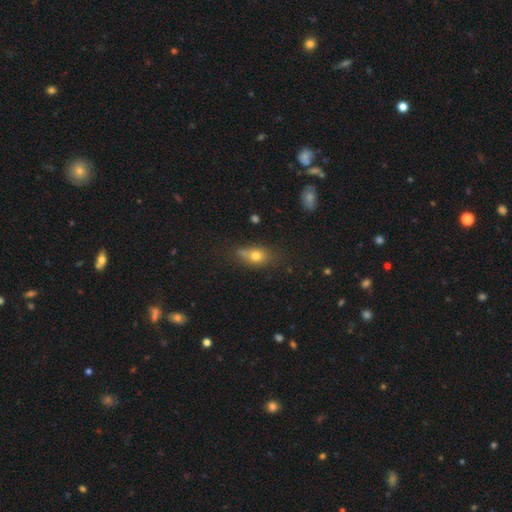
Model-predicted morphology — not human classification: A smooth galaxy with no disk features (70%) that is in between round and cigar-shaped (67%).

Vote fractions:
- Smooth or featured? smooth: 70% / featured or disk: 17% / star or artifact: 12%
- How rounded? in between: 67% / round: 22% / cigar-shaped: 12%
- Merging? none: 55% / minor disturbance: 26% / merger: 10% / major disturbance: 10%